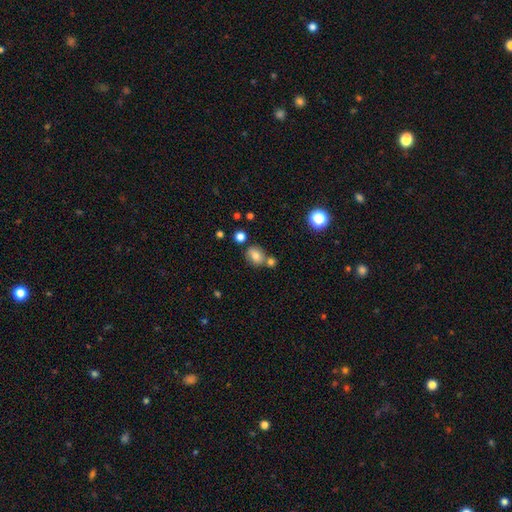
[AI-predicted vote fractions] A smooth galaxy with no disk features (71%) that is round (56%).

Vote fractions:
- Smooth or featured? smooth: 71% / featured or disk: 16% / star or artifact: 13%
- How rounded? round: 56% / in between: 43% / cigar-shaped: 1%
- Merging? none: 59% / merger: 23% / minor disturbance: 14% / major disturbance: 5%